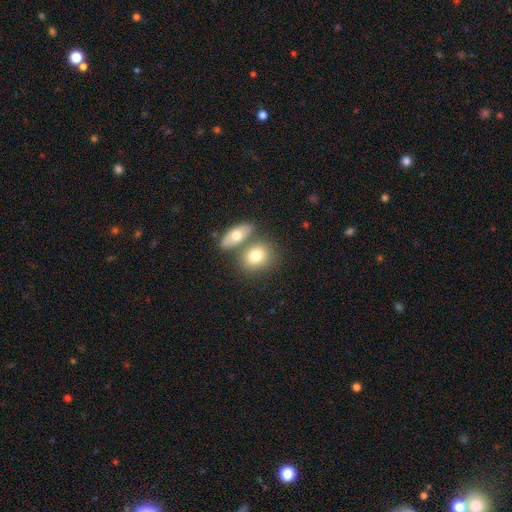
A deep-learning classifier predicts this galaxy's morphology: smooth 76%, featured or disk 17%, star or artifact 7%. Down the decision tree: how rounded — in between (62%); merging — none (50%).